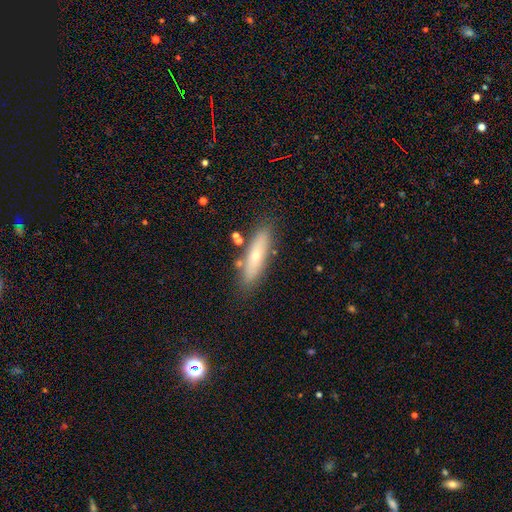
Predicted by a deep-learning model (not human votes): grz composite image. It shows a smooth galaxy with no disk features (57%) that is cigar-shaped (70%). Merging: none (82%).